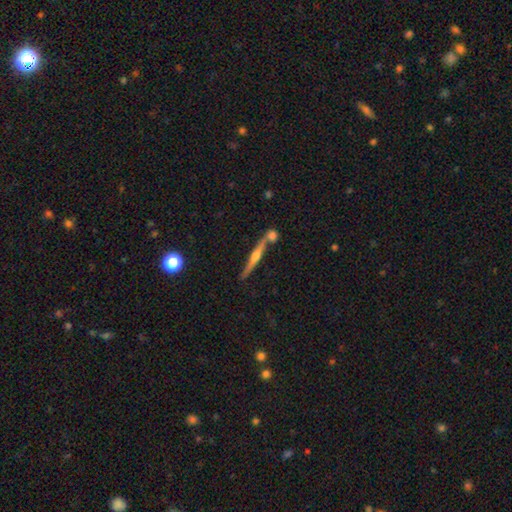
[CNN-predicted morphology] The model was most divided on "smooth or featured": featured or disk: 75%, smooth: 18%, star or artifact: 7%. More confident: edge-on disk — yes (97%); edge-on bulge — rounded (88%); merging — none (75%).